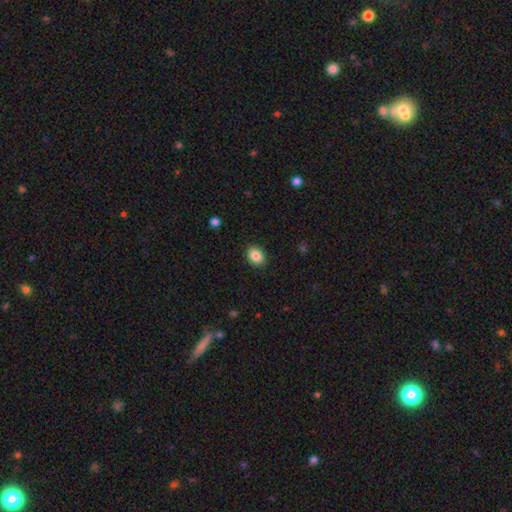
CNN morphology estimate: Smooth or featured: smooth — 86% (star or artifact — 9%)
How rounded: in between — 58% (round — 41%)
Merging: none — 89% (minor disturbance — 8%)